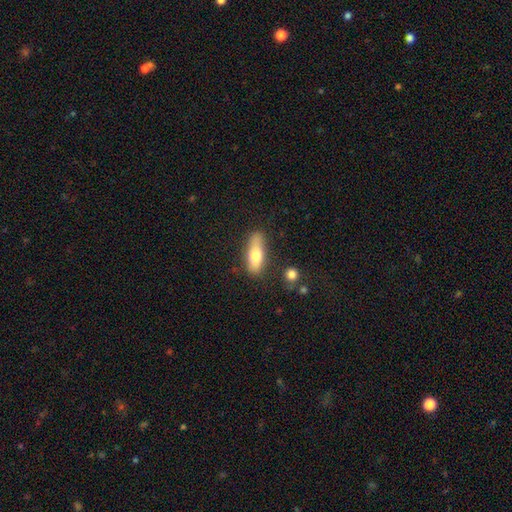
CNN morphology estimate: Overall: smooth (72%). How rounded: in between (56%; cigar-shaped 41%). Merging: none (74%).